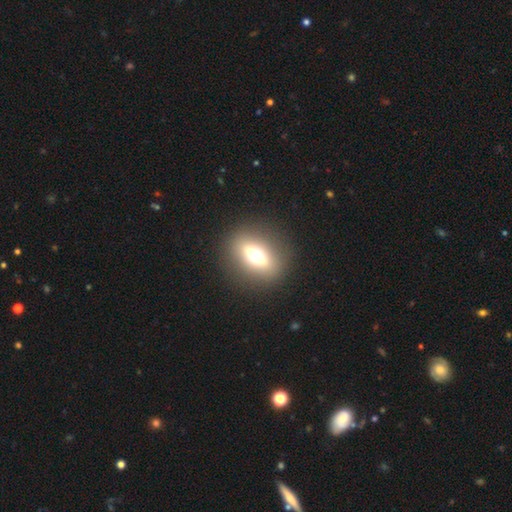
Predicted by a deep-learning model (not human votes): This appears to be a featured or disk galaxy (46%). Merging: none (87%).